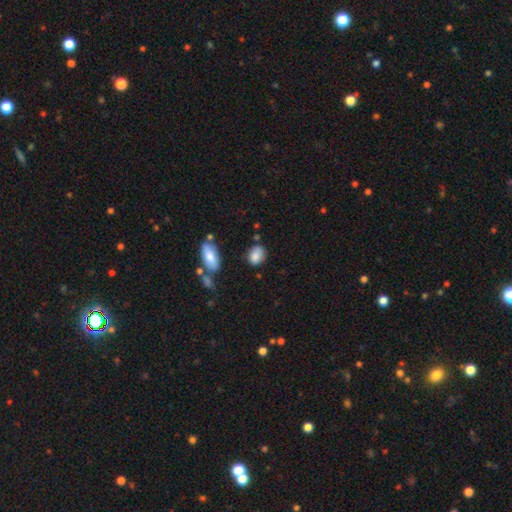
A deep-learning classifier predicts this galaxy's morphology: smooth-or-featured: smooth: 85% | star or artifact: 8% | featured or disk: 7%
  how-rounded: in between: 63% | round: 36% | cigar-shaped: 2%
  merging: none: 66% | minor disturbance: 23% | merger: 6% | major disturbance: 6%